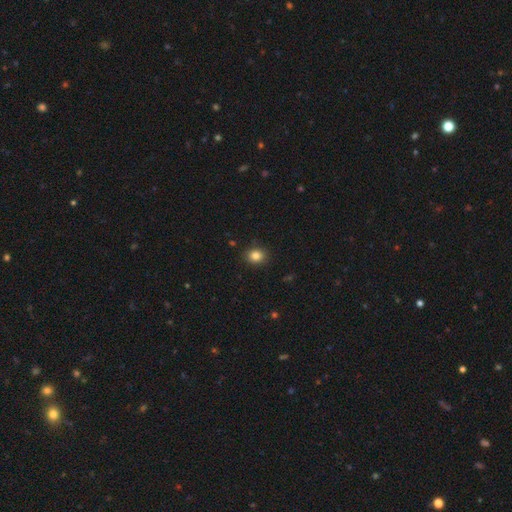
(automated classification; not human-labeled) smooth-or-featured: smooth: 84% | star or artifact: 11% | featured or disk: 5%
  how-rounded: round: 67% | in between: 32% | cigar-shaped: 1%
  merging: none: 90% | minor disturbance: 7% | major disturbance: 2% | merger: 1%